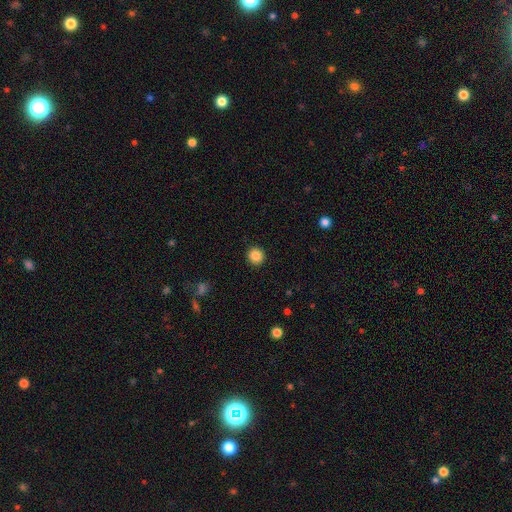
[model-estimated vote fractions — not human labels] This is clearly a smooth galaxy (86%). How rounded: clearly round (94%). Merging: clearly none (93%).